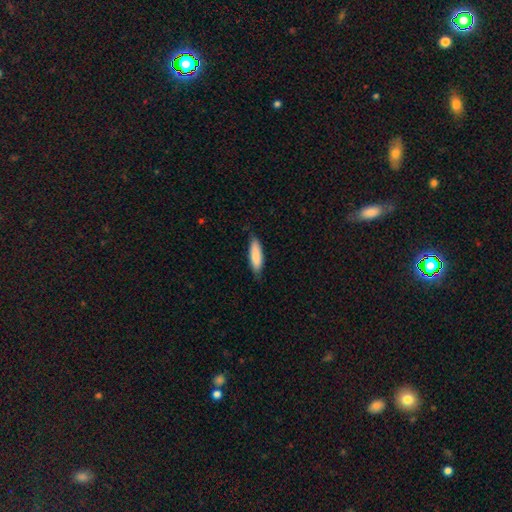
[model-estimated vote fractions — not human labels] Smooth or featured? smooth (86%)
How rounded? cigar-shaped (51%)
Merging? none (79%)